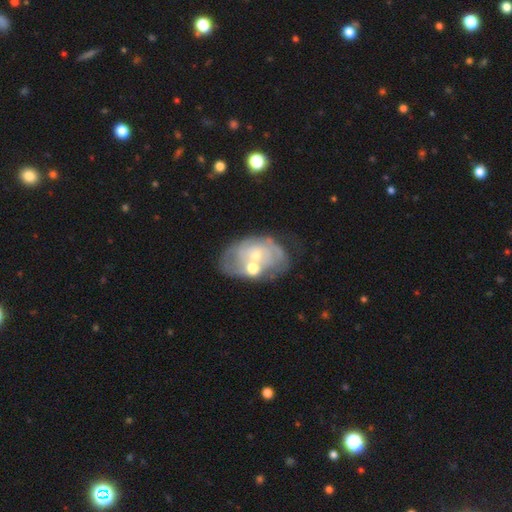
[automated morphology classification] Smooth or featured? Predicted: featured or disk (p=0.71). Edge-on disk? Predicted: no (p=0.96). Bar? Predicted: no (p=0.79). Spiral arms? Predicted: yes (p=0.63). Bulge size? Predicted: small (p=0.58). Merging? Predicted: none (p=0.45).